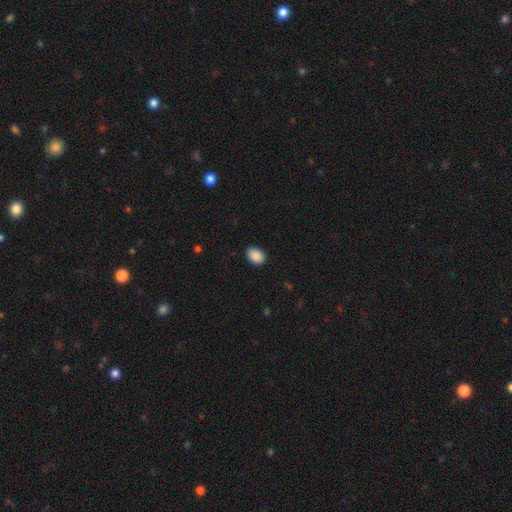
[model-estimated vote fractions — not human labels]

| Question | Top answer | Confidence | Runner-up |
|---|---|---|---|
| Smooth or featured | smooth | 90% | star or artifact (7%) |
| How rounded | in between | 79% | round (20%) |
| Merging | none | 88% | minor disturbance (9%) |